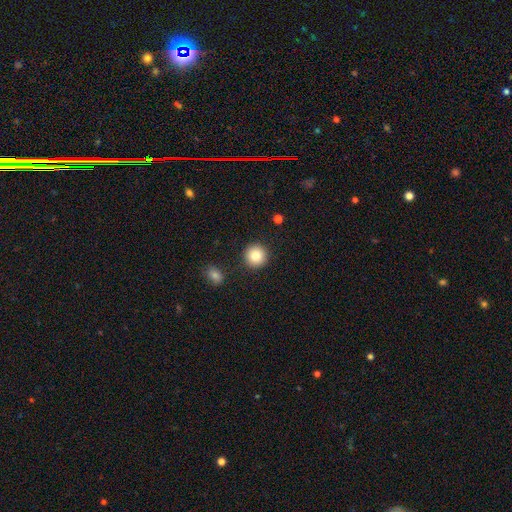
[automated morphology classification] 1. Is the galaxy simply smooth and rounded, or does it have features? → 83% smooth, 9% star or artifact, 8% featured or disk.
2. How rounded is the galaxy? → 95% round, 4% in between, 1% cigar-shaped.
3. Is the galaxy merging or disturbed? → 91% none, 5% minor disturbance, 2% merger, 2% major disturbance.